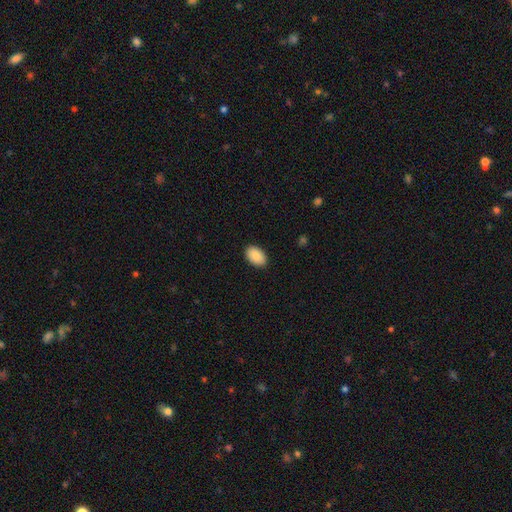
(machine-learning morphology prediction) Smooth or featured? smooth (90%)
How rounded? in between (91%)
Merging? none (90%)